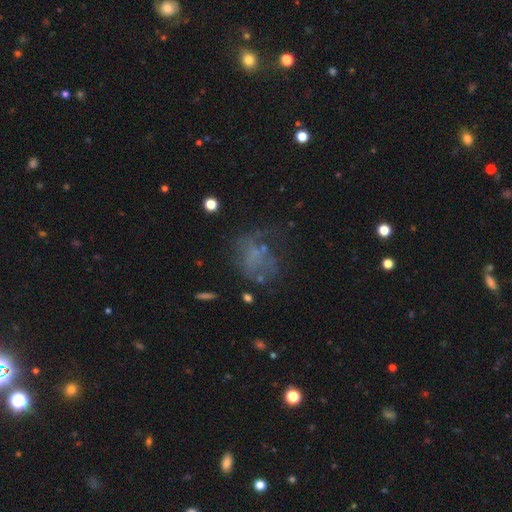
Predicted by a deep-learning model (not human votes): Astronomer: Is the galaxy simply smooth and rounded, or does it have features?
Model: featured or disk — 41% (runner-up: smooth, 36%).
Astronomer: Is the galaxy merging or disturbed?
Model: none — 43% (runner-up: major disturbance, 32%).